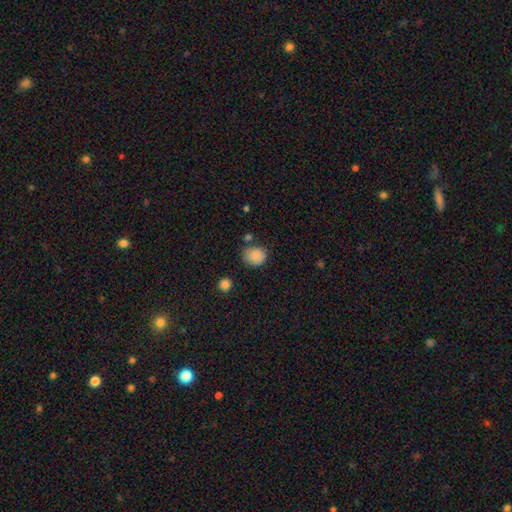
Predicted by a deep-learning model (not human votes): Smooth or featured? smooth (85%)
How rounded? round (75%)
Merging? none (68%)